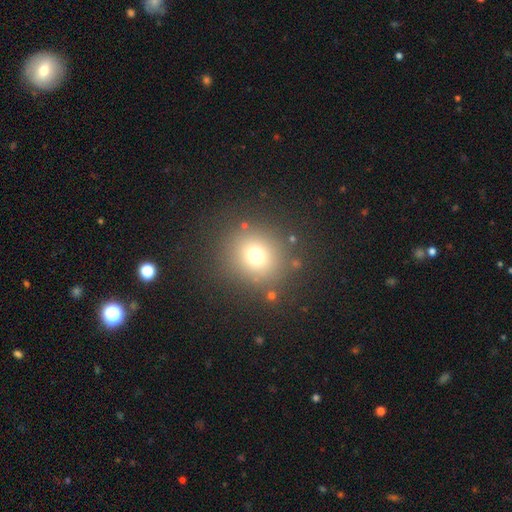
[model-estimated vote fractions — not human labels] The model was most divided on "smooth or featured": smooth: 71%, star or artifact: 19%, featured or disk: 11%. More confident: how rounded — round (87%); merging — none (85%).